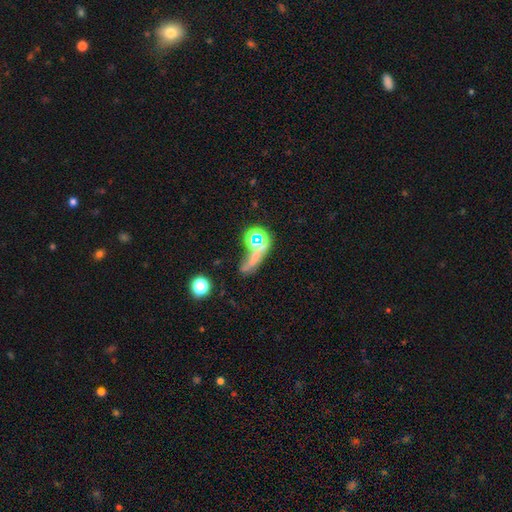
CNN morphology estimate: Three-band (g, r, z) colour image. It shows a smooth galaxy with no disk features (39%). Merging: none (33%).